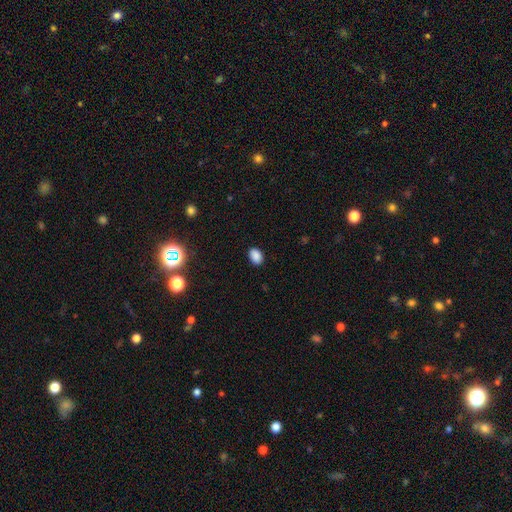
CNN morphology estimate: Smooth or featured: smooth — 87% (star or artifact — 10%)
How rounded: in between — 83% (round — 15%)
Merging: none — 88% (minor disturbance — 9%)